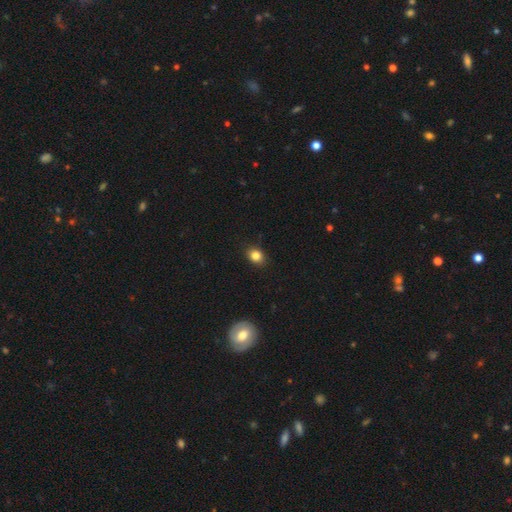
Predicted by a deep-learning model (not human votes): A smooth galaxy with no disk features (84%) that is round (52%). Merging: none (85%).